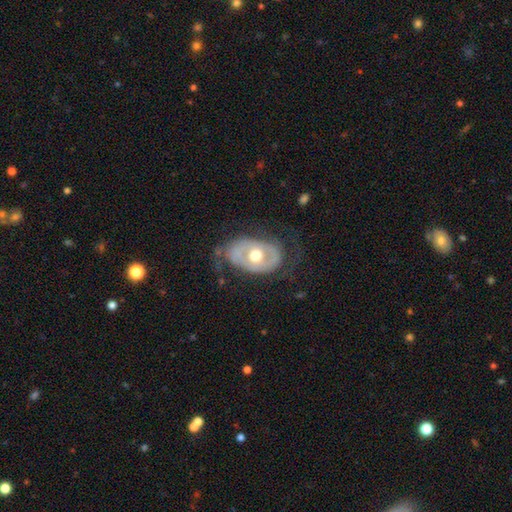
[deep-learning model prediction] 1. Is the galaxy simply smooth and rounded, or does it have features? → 68% featured or disk, 27% smooth, 5% star or artifact.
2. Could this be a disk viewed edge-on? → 93% no, 7% yes.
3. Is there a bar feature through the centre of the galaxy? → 76% no, 18% weak, 6% strong.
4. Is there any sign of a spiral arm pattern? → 50% yes (tied), 50% no (tied).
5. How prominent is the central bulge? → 75% moderate, 15% large, 8% small, 1% dominant, 1% none.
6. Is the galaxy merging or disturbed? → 59% none, 23% minor disturbance, 17% major disturbance, 2% merger.